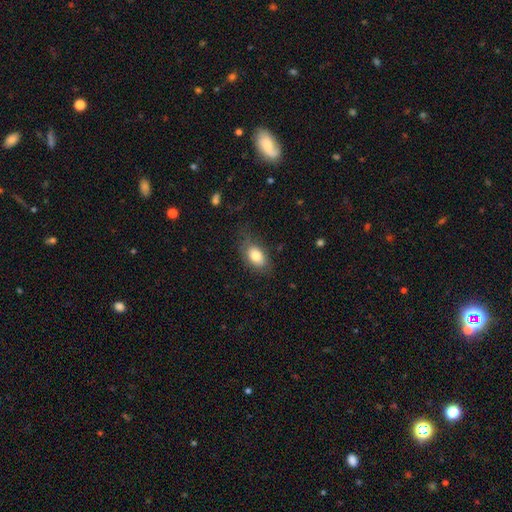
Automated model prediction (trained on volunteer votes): This appears to be a smooth galaxy with no disk features (79%) that is in between round and cigar-shaped (90%). Merging: none (66%).